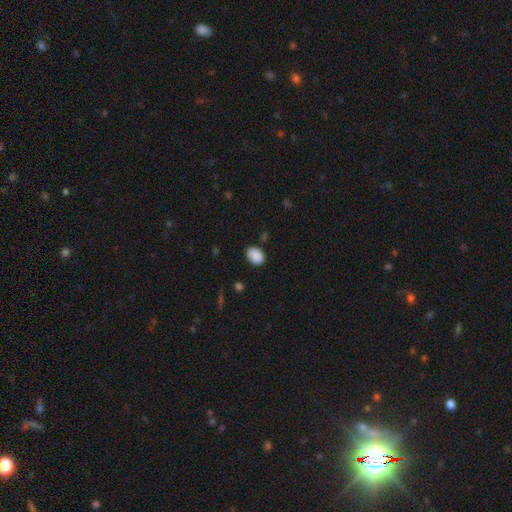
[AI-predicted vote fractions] smooth_or_featured: smooth (p=0.88) [alt: star or artifact p=0.08]
how_rounded: in between (p=0.70) [alt: round p=0.29]
merging: none (p=0.72) [alt: minor disturbance p=0.21]